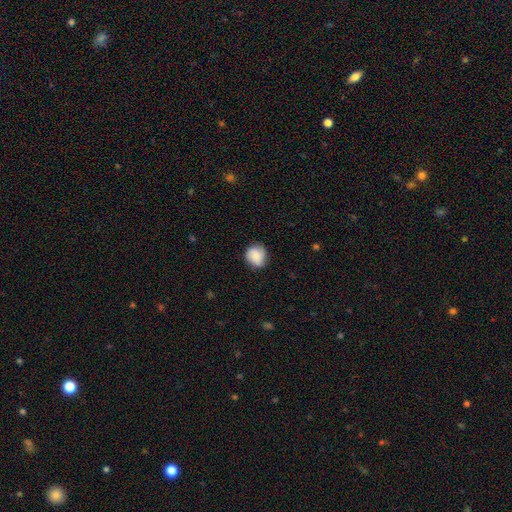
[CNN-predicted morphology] A smooth galaxy with no disk features (77%) that is round (85%).

Vote fractions:
- Smooth or featured? smooth: 77% / featured or disk: 15% / star or artifact: 8%
- How rounded? round: 85% / in between: 14% / cigar-shaped: 1%
- Merging? none: 77% / minor disturbance: 18% / major disturbance: 4% / merger: 1%